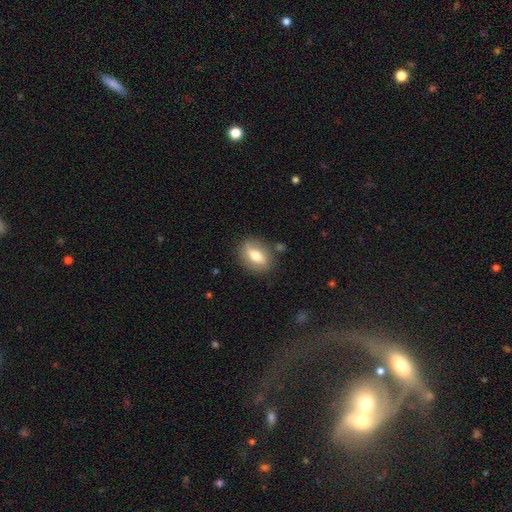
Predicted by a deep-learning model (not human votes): A smooth galaxy with no disk features (60%) that is in between round and cigar-shaped (71%). Merging: none (81%).